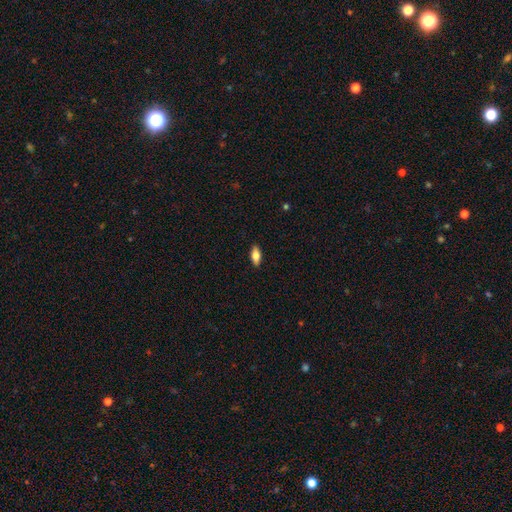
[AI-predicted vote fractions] This is likely a smooth galaxy (76%). How rounded: clearly in between (84%). Merging: clearly none (89%).